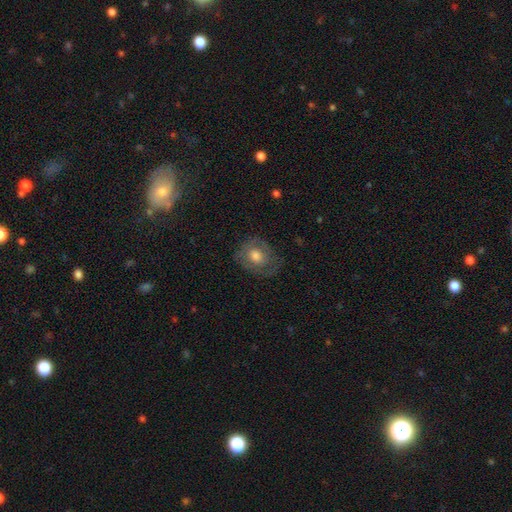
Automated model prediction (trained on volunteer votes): smooth 49%, featured or disk 42%, star or artifact 9%. Down the decision tree: merging — none (68%).